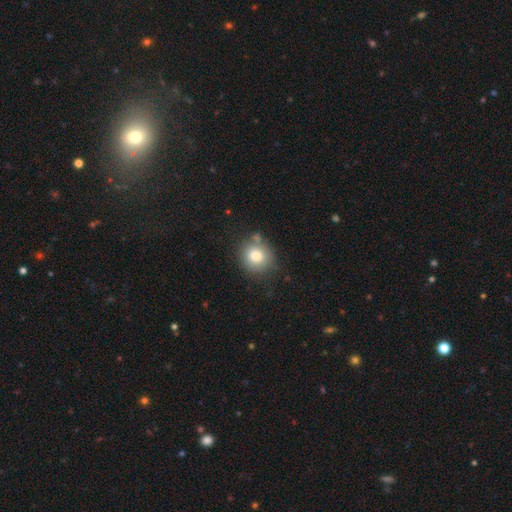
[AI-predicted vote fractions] Smooth or featured?
  - smooth: 80% *
  - featured or disk: 10%
  - star or artifact: 10%
How rounded?
  - round: 83% *
  - in between: 16%
  - cigar-shaped: 1%
Merging?
  - none: 73% *
  - minor disturbance: 16%
  - merger: 6%
  - major disturbance: 5%